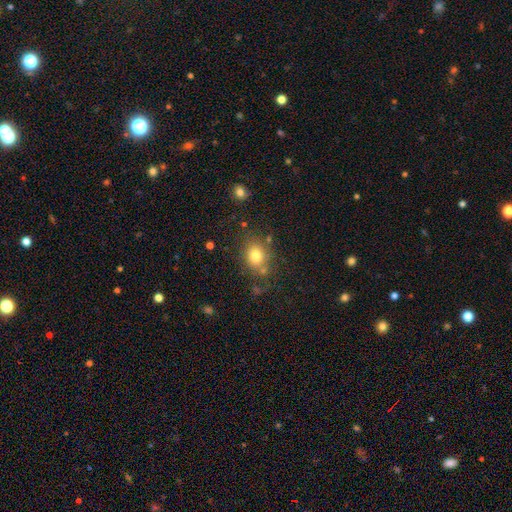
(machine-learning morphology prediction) type=smooth (79%); roundness=round (58%); merging=none (73%).